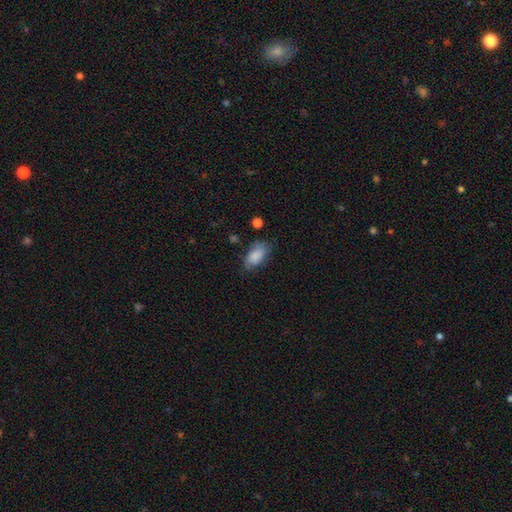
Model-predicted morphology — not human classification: Smooth or featured?
  - smooth: 81% *
  - featured or disk: 11%
  - star or artifact: 8%
How rounded?
  - in between: 91% *
  - round: 5%
  - cigar-shaped: 3%
Merging?
  - none: 59% *
  - minor disturbance: 28%
  - major disturbance: 9%
  - merger: 3%